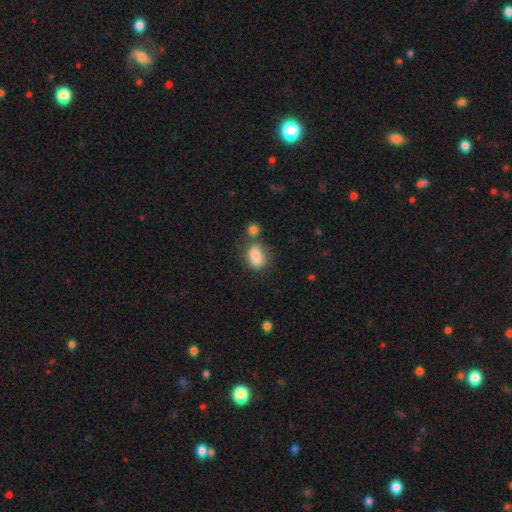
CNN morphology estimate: A smooth galaxy with no disk features (81%) that is in between round and cigar-shaped (69%). Merging: none (58%).